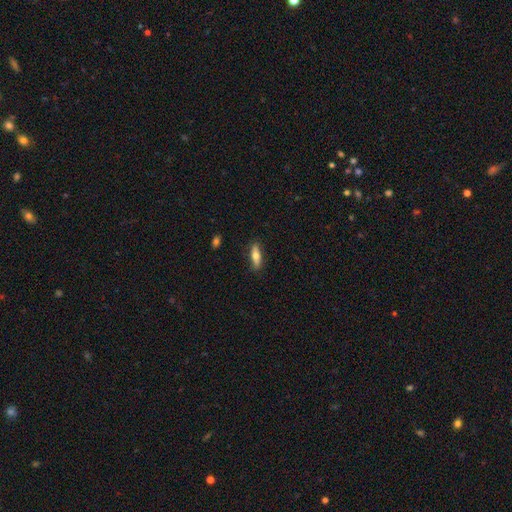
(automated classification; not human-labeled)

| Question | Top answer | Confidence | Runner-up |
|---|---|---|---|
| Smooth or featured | smooth | 62% | featured or disk (32%) |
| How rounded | cigar-shaped | 57% | in between (41%) |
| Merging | none | 84% | minor disturbance (12%) |